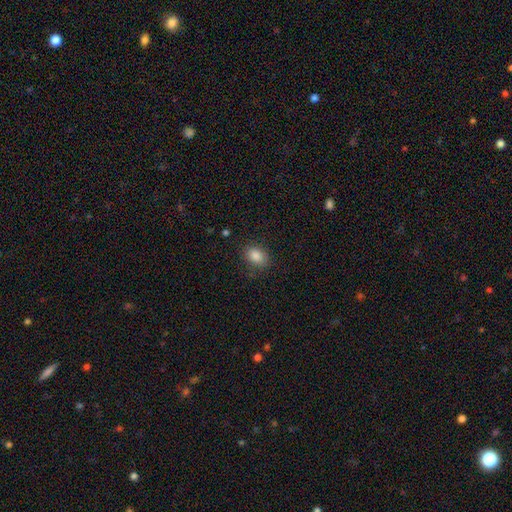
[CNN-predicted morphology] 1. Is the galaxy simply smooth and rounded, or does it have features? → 86% smooth, 9% star or artifact, 5% featured or disk.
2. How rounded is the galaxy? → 73% in between, 26% round, 1% cigar-shaped.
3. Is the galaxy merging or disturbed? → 83% none, 13% minor disturbance, 3% major disturbance, 1% merger.